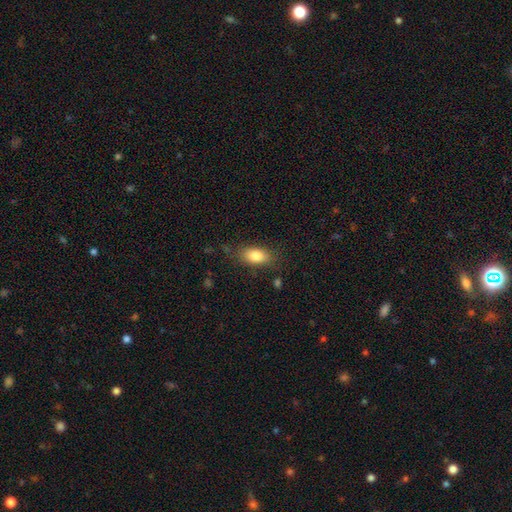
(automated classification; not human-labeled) A smooth galaxy with no disk features (83%) that is in between round and cigar-shaped (87%).

Vote fractions:
- Smooth or featured? smooth: 83% / featured or disk: 9% / star or artifact: 8%
- How rounded? in between: 87% / round: 7% / cigar-shaped: 6%
- Merging? none: 78% / minor disturbance: 15% / major disturbance: 5% / merger: 2%